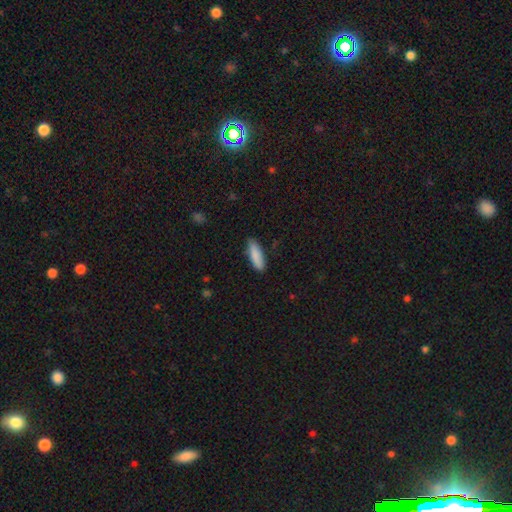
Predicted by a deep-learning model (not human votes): Overall: smooth (86%). How rounded: cigar-shaped (53%; in between 45%). Merging: none (81%).